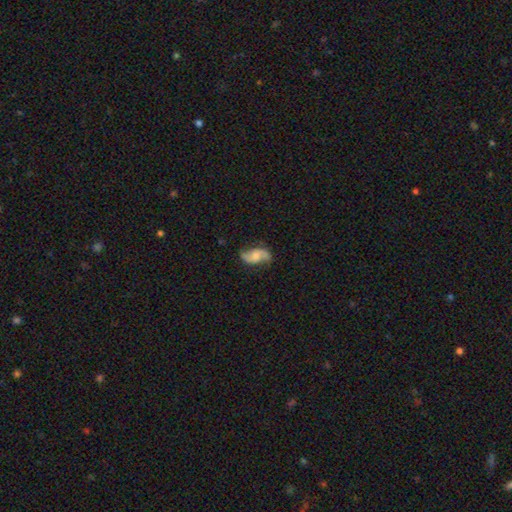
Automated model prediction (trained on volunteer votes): smooth-or-featured: featured or disk: 75% | smooth: 19% | star or artifact: 7%
  disk-edge-on: no: 96% | yes: 4%
    bar: no: 58% | weak: 34% | strong: 8%
    has-spiral-arms: yes: 95% | no: 5%
      spiral-winding: loose: 64% | medium: 28% | tight: 8%
      spiral-arm-count: 2: 92% | can't tell: 3% | 1: 2% | 3: 1% | 4: 1% | more than 4: 1%
    bulge-size: moderate: 40% | small: 36% | none: 14% | large: 7% | dominant: 2%
  merging: none: 75% | minor disturbance: 17% | major disturbance: 6% | merger: 2%